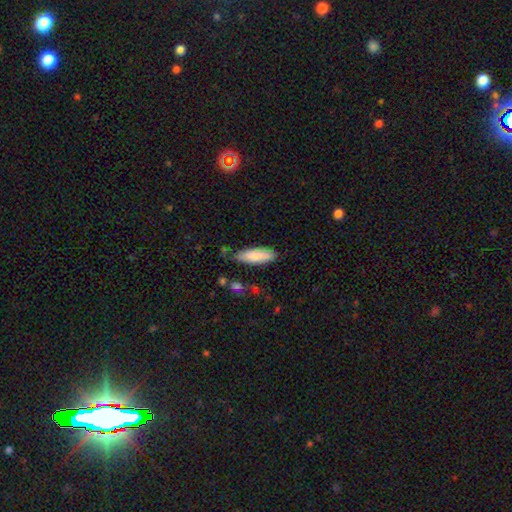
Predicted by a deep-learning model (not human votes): This is clearly a smooth galaxy (85%). How rounded: possibly in between (58%). Merging: likely none (78%).